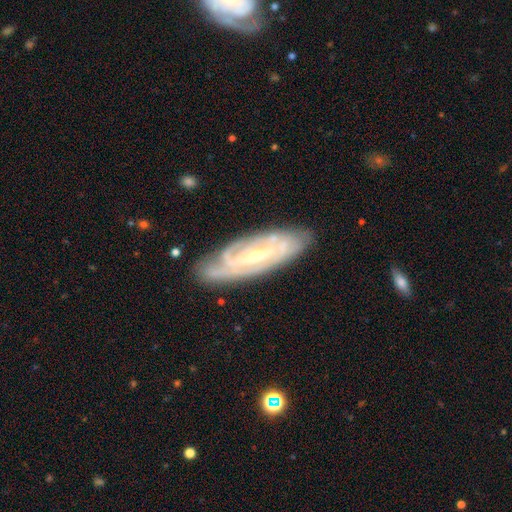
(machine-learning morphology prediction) Smooth or featured: featured or disk — 86% (smooth — 8%)
Edge-on disk: no — 87% (yes — 13%)
Bar: strong — 40% (weak — 36%)
Spiral arms: yes — 93% (no — 7%)
Spiral winding: tight — 67% (medium — 26%)
Spiral arm count: 2 — 34% (can't tell — 32%)
Bulge size: small — 66% (moderate — 31%)
Merging: none — 78% (minor disturbance — 16%)